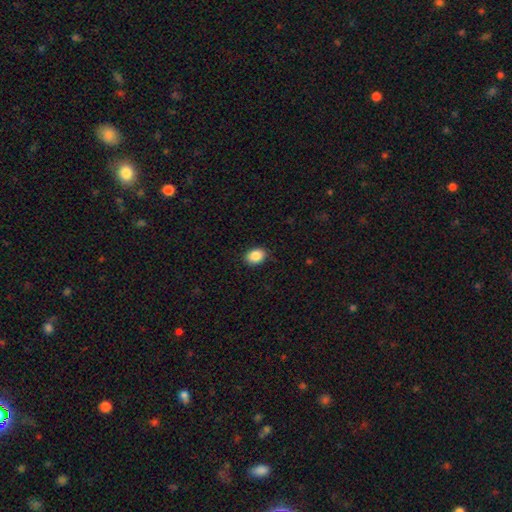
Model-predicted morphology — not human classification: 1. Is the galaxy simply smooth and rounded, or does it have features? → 88% smooth, 8% star or artifact, 4% featured or disk.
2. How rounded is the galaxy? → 73% in between, 26% round, 1% cigar-shaped.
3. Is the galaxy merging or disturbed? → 89% none, 9% minor disturbance, 2% major disturbance, 1% merger.